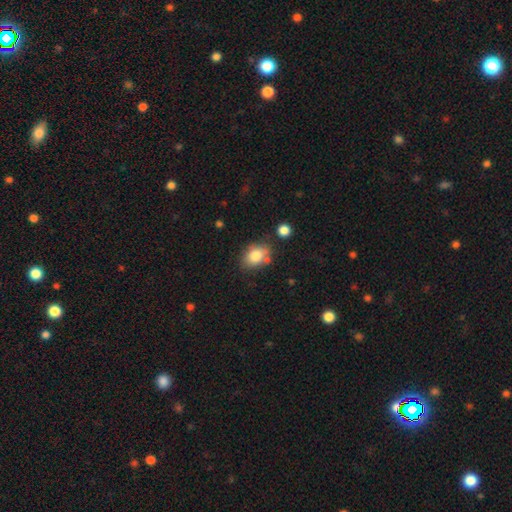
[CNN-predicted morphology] Smooth or featured?
  - smooth: 80% *
  - featured or disk: 11%
  - star or artifact: 9%
How rounded?
  - in between: 69% *
  - round: 29%
  - cigar-shaped: 1%
Merging?
  - none: 64% *
  - minor disturbance: 20%
  - merger: 10%
  - major disturbance: 5%